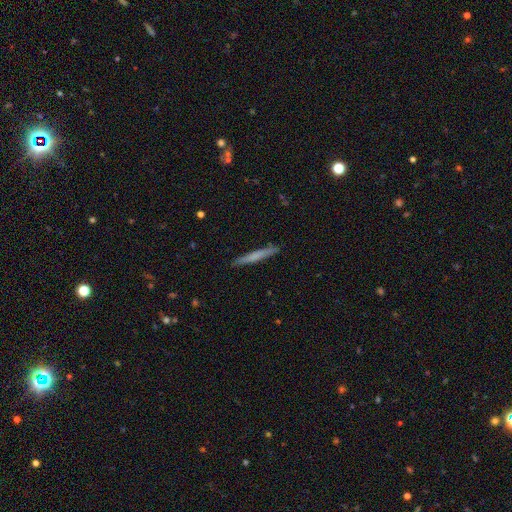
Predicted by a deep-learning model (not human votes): smooth_or_featured: smooth (p=0.62) [alt: featured or disk p=0.32]
how_rounded: cigar-shaped (p=0.96) [alt: in between p=0.02]
merging: none (p=0.91) [alt: minor disturbance p=0.07]